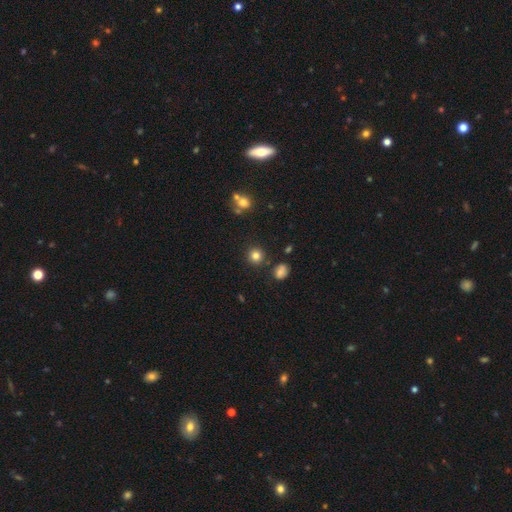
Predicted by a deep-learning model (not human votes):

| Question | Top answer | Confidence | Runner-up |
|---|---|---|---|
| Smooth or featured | smooth | 80% | star or artifact (14%) |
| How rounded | round | 93% | in between (6%) |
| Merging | none | 87% | minor disturbance (7%) |